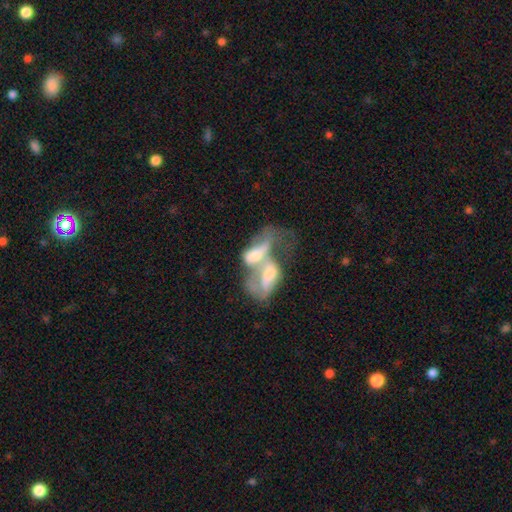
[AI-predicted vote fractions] Overall: featured or disk (52%; smooth 38%). Edge-on disk: no (91%). Merging: merger (77%).